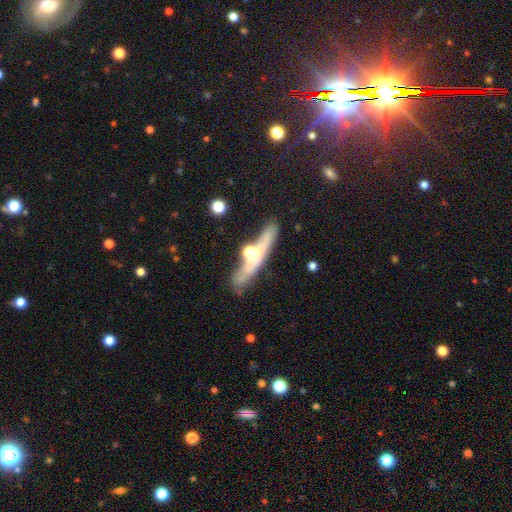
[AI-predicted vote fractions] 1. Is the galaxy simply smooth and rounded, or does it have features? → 63% featured or disk, 28% smooth, 8% star or artifact.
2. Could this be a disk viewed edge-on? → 82% yes, 18% no.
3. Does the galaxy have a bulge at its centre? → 83% rounded, 10% none, 7% boxy.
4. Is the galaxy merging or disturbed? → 58% none, 19% minor disturbance, 13% merger, 10% major disturbance.